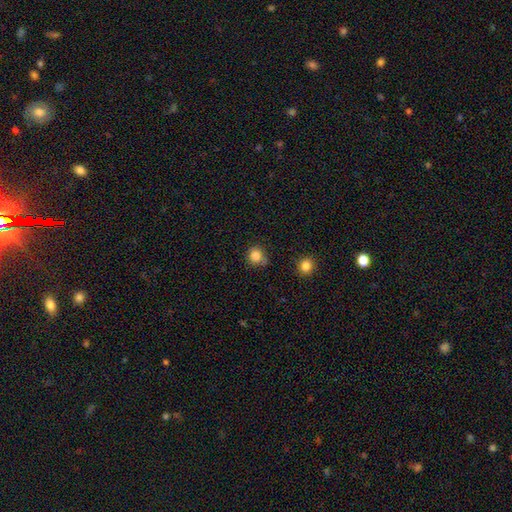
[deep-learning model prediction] smooth 83%, star or artifact 12%, featured or disk 5%. Down the decision tree: how rounded — round (87%); merging — none (72%).